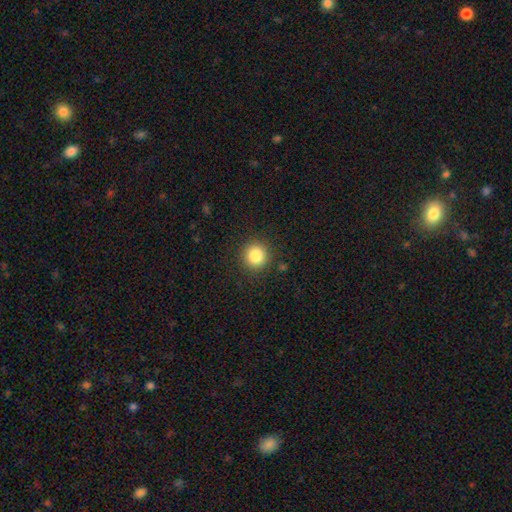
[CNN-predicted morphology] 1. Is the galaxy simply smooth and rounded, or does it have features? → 85% smooth, 10% star or artifact, 5% featured or disk.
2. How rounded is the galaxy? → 94% round, 5% in between, 1% cigar-shaped.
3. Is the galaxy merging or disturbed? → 89% none, 7% minor disturbance, 3% major disturbance, 1% merger.